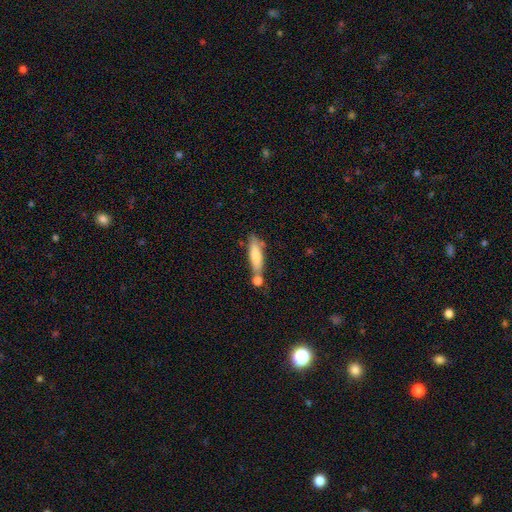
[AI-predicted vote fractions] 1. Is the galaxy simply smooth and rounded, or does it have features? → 74% smooth, 20% featured or disk, 6% star or artifact.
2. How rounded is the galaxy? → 68% cigar-shaped, 30% in between, 2% round.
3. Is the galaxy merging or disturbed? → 49% none, 29% merger, 17% minor disturbance, 6% major disturbance.